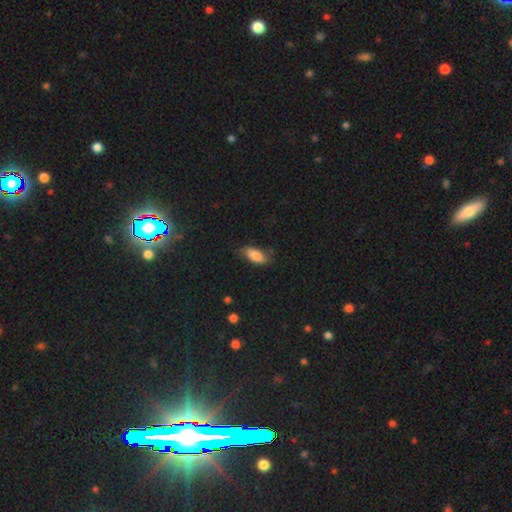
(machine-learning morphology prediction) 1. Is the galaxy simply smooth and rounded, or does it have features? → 82% smooth, 11% featured or disk, 7% star or artifact.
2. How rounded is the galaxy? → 87% in between, 11% cigar-shaped, 3% round.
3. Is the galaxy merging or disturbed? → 64% none, 27% minor disturbance, 7% major disturbance, 2% merger.